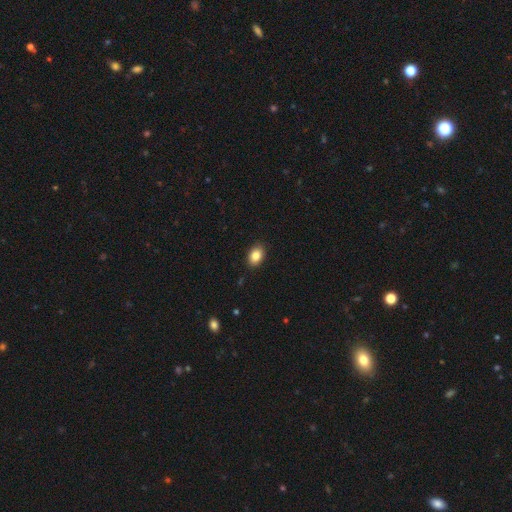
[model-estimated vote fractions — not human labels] Q: Smooth or featured?
A: smooth (86%); runner-up: star or artifact (8%)
Q: How rounded?
A: in between (82%); runner-up: round (17%)
Q: Merging?
A: none (89%); runner-up: minor disturbance (9%)